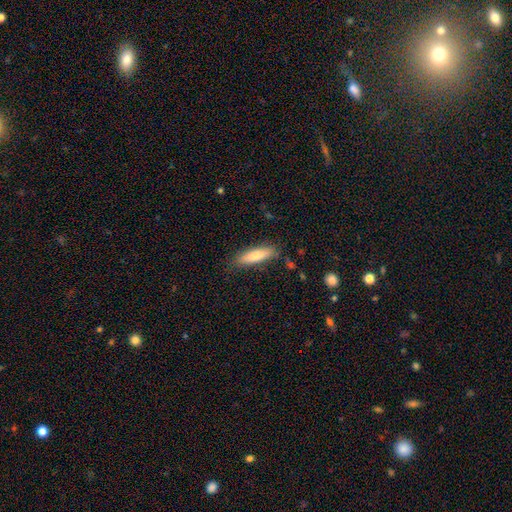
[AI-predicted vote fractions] smooth-or-featured: smooth: 73% | featured or disk: 21% | star or artifact: 6%
  how-rounded: cigar-shaped: 61% | in between: 38% | round: 2%
  merging: none: 81% | minor disturbance: 14% | major disturbance: 3% | merger: 2%